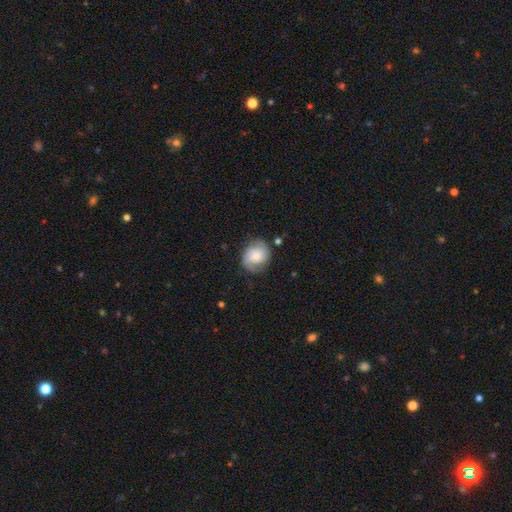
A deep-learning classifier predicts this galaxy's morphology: smooth 51%, featured or disk 41%, star or artifact 8%. Down the decision tree: how rounded — round (65%); merging — none (65%).